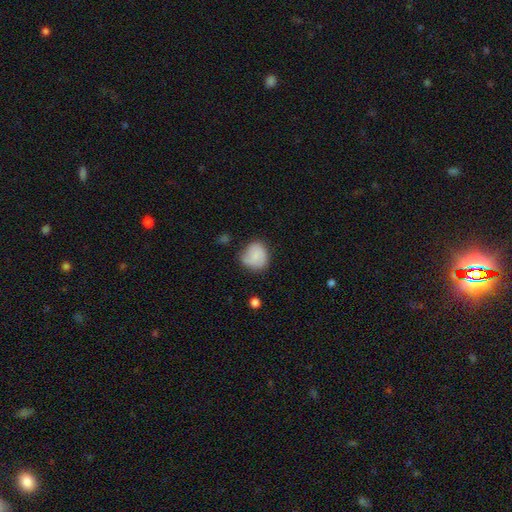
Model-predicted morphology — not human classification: A smooth galaxy with no disk features (80%) that is round (72%). Merging: none (54%).